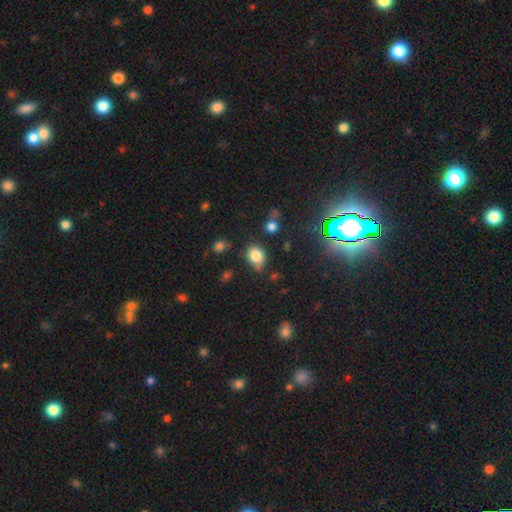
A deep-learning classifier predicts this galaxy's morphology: Smooth or featured?
  - smooth: 81% *
  - star or artifact: 12%
  - featured or disk: 8%
How rounded?
  - in between: 64% *
  - round: 35%
  - cigar-shaped: 1%
Merging?
  - none: 68% *
  - minor disturbance: 22%
  - major disturbance: 5%
  - merger: 5%